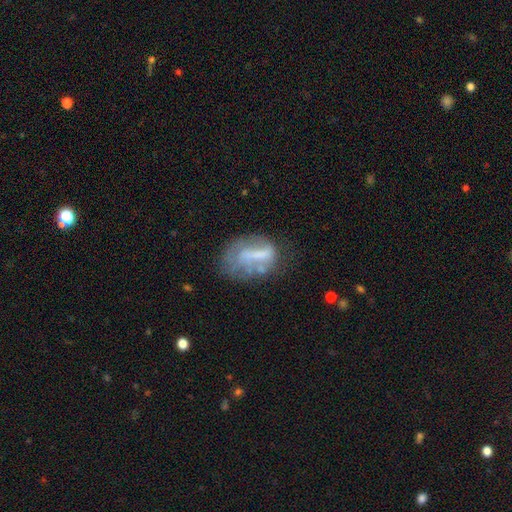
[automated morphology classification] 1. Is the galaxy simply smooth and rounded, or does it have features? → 50% featured or disk, 39% smooth, 11% star or artifact.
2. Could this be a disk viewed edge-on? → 95% no, 5% yes.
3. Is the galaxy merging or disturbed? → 39% none, 26% major disturbance, 26% minor disturbance, 9% merger.